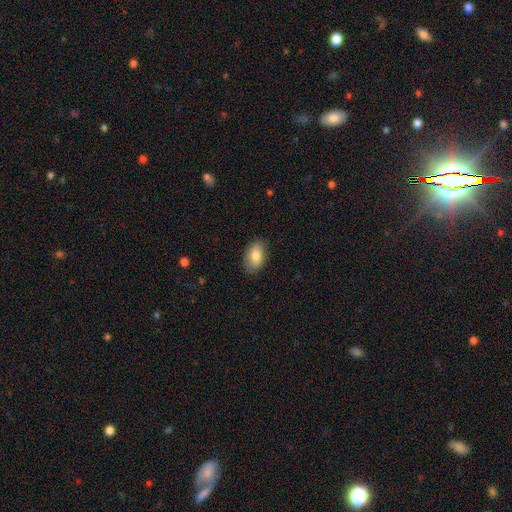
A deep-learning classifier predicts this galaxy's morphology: smooth_or_featured: smooth (p=0.80) [alt: featured or disk p=0.13]
how_rounded: in between (p=0.91) [alt: round p=0.07]
merging: none (p=0.82) [alt: minor disturbance p=0.14]